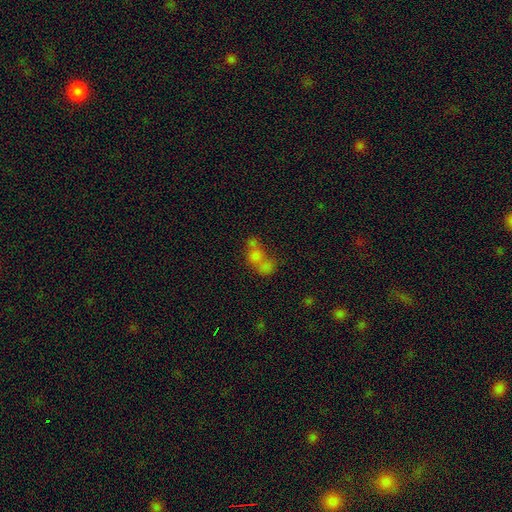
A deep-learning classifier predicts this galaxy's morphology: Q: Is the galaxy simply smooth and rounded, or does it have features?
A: smooth — 60%.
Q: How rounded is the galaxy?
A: in between — 56%.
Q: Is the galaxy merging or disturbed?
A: merger — 63%.